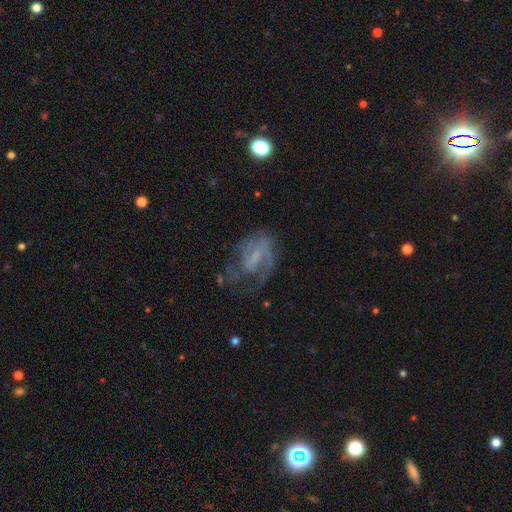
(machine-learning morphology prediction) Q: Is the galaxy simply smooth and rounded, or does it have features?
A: featured or disk — 72%.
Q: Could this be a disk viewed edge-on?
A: no — 96%.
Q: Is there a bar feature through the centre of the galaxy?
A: weak — 45%.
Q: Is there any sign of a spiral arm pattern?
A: yes — 82%.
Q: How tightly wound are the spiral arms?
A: medium — 43%.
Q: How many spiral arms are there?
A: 2 — 36%.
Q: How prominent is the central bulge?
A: none — 48%.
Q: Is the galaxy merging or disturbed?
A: none — 43%.